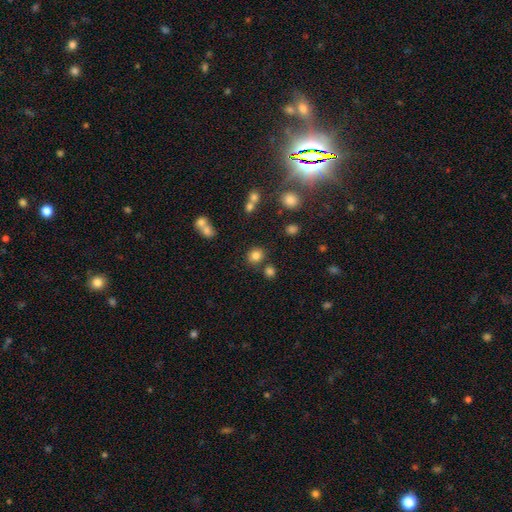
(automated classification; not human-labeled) A smooth galaxy with no disk features (81%) that is round (83%). Merging: none (80%).